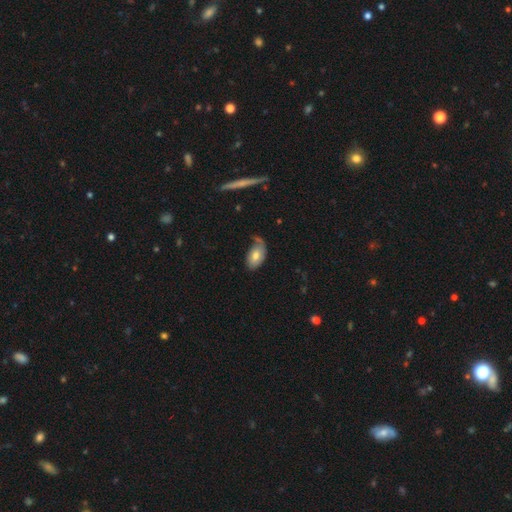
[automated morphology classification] This appears to be a smooth galaxy with no disk features (68%) that is in between round and cigar-shaped (92%). Merging: none (45%).